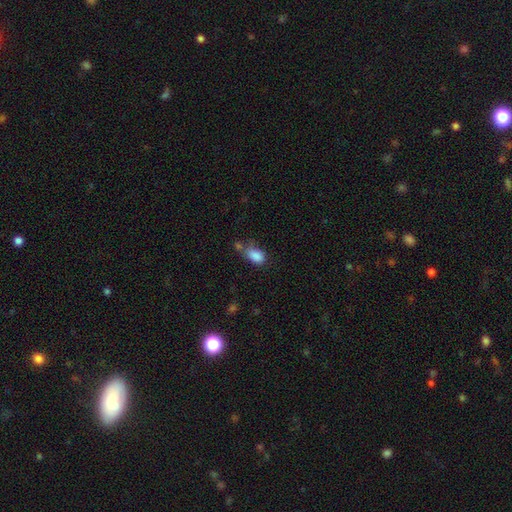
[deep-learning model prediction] smooth_or_featured: smooth (p=0.86) [alt: star or artifact p=0.09]
how_rounded: in between (p=0.87) [alt: round p=0.11]
merging: none (p=0.46) [alt: minor disturbance p=0.25]